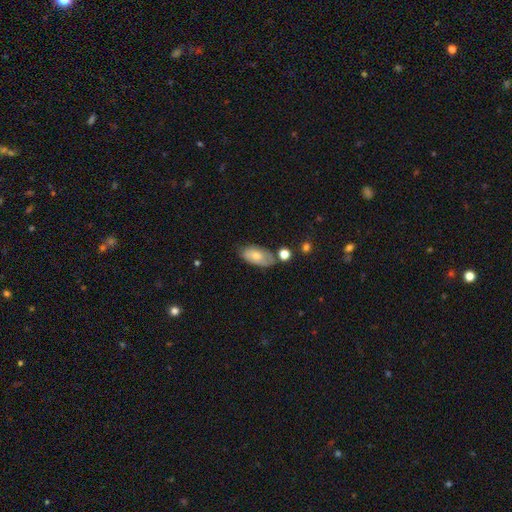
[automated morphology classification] A smooth galaxy with no disk features (57%) that is in between round and cigar-shaped (90%). Merging: none (62%).